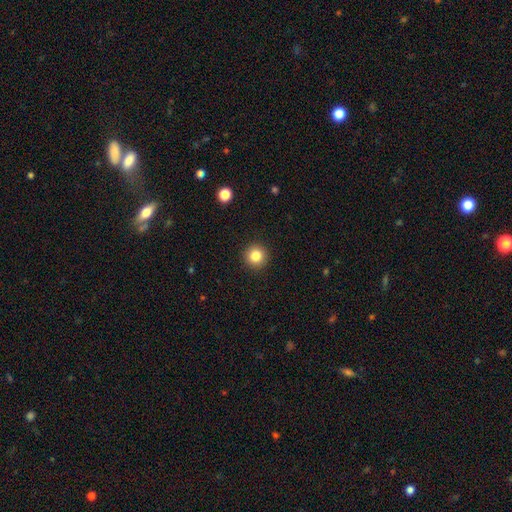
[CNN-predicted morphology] Q: Smooth or featured?
A: smooth (83%); runner-up: star or artifact (11%)
Q: How rounded?
A: round (95%); runner-up: in between (4%)
Q: Merging?
A: none (93%); runner-up: minor disturbance (5%)